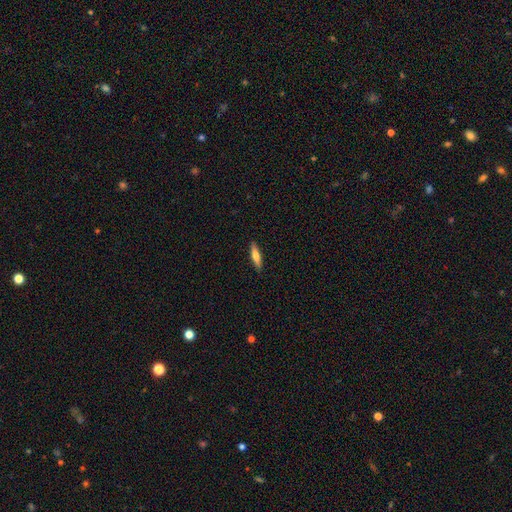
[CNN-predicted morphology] smooth-or-featured: smooth: 63% | featured or disk: 32% | star or artifact: 6%
  how-rounded: cigar-shaped: 75% | in between: 23% | round: 2%
  merging: none: 89% | minor disturbance: 8% | major disturbance: 2% | merger: 1%